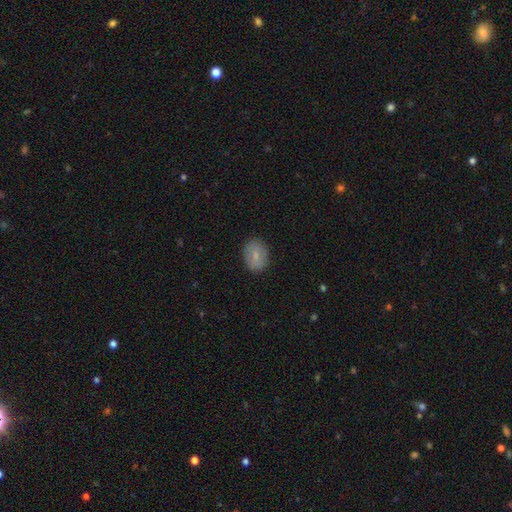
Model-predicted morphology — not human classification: The model was most divided on "how rounded": in between: 60%, round: 39%, cigar-shaped: 1%. More confident: merging — none (87%); smooth or featured — smooth (72%).